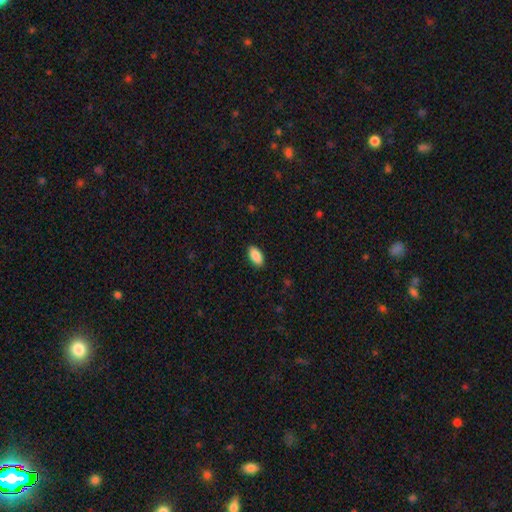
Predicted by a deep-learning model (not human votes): Morphology: type=smooth (89%); roundness=in between (93%); merging=none (90%).